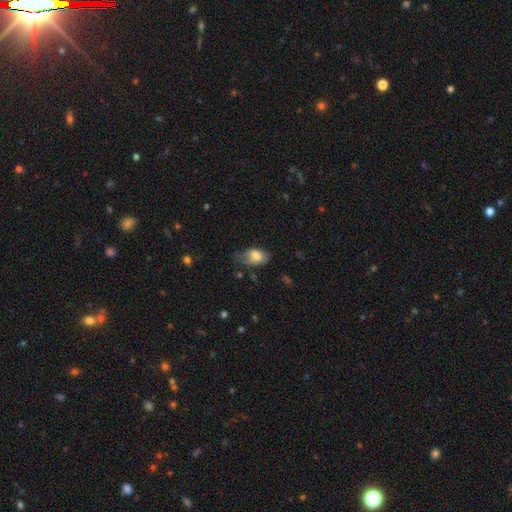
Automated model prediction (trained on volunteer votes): This is likely a smooth galaxy (74%). How rounded: clearly in between (91%). Merging: possibly none (45%).